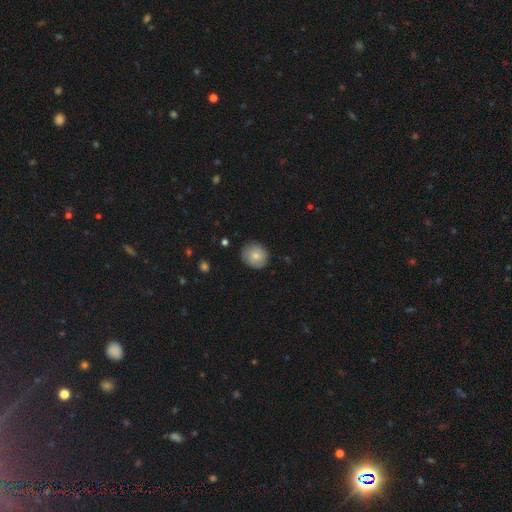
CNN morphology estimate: Smooth or featured? smooth (72%)
How rounded? round (89%)
Merging? none (84%)